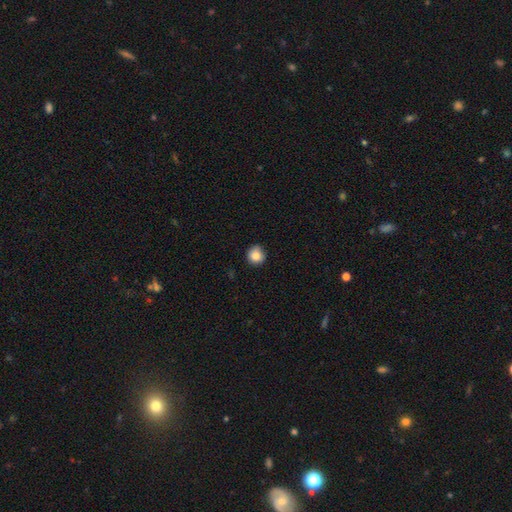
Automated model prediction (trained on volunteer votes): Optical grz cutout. It shows a smooth galaxy with no disk features (85%) that is round (91%). Merging: none (80%).